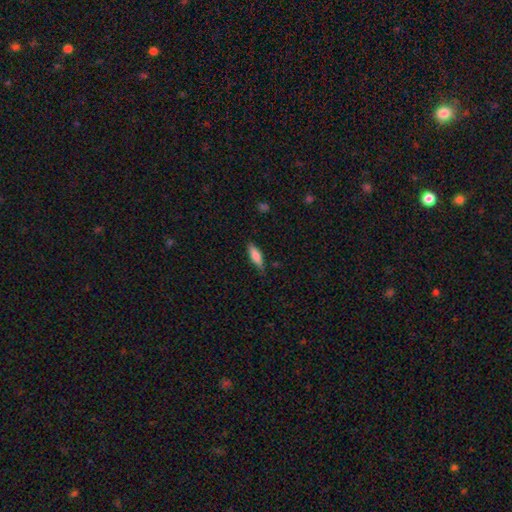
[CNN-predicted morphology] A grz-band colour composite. It shows a smooth galaxy with no disk features (77%) that is in between round and cigar-shaped (50%). Merging: none (77%).